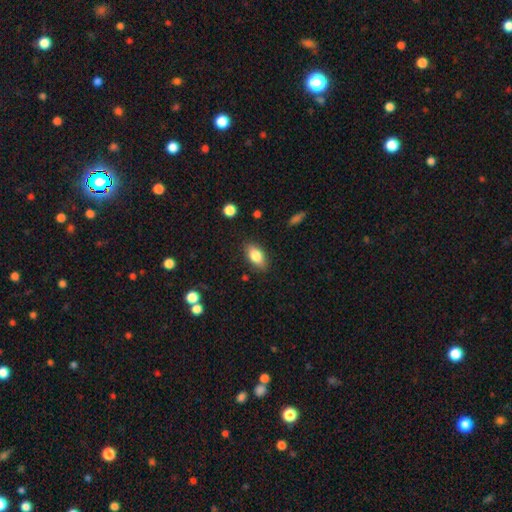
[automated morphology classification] type=smooth (80%); roundness=in between (87%); merging=none (85%).